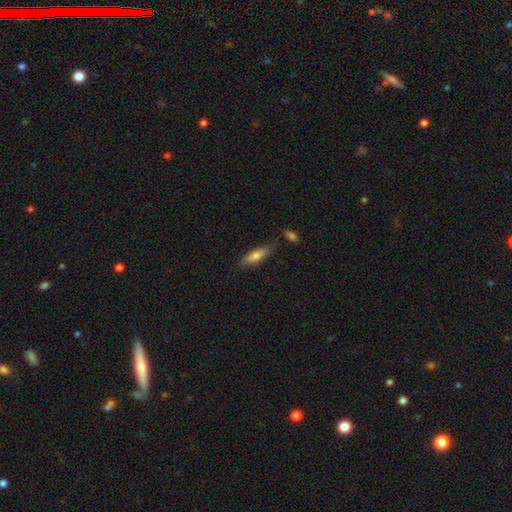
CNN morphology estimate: A smooth galaxy with no disk features (68%) that is cigar-shaped (63%).

Vote fractions:
- Smooth or featured? smooth: 68% / featured or disk: 25% / star or artifact: 6%
- How rounded? cigar-shaped: 63% / in between: 35% / round: 2%
- Merging? none: 78% / minor disturbance: 14% / merger: 5% / major disturbance: 3%